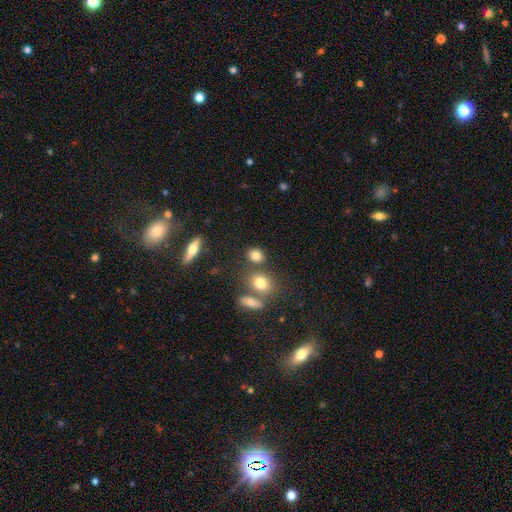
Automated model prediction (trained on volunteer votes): This appears to be a smooth galaxy with no disk features (78%) that is round (57%). Merging: none (68%).